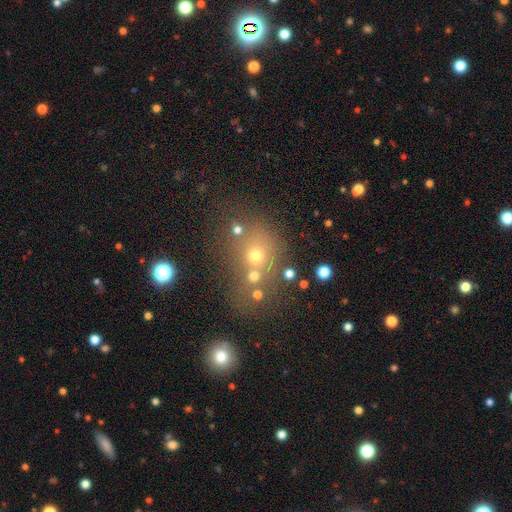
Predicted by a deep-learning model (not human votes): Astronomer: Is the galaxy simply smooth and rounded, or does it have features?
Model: smooth — 57%.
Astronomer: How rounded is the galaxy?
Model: round — 69%.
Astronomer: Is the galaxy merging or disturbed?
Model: none — 50% (runner-up: merger, 30%).